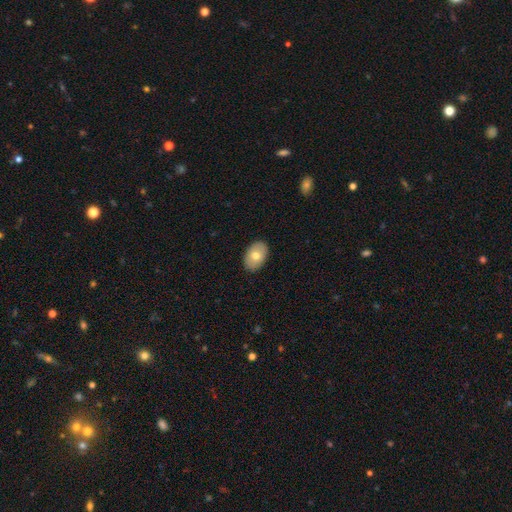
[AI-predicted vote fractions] Smooth or featured: smooth — 72% (featured or disk — 21%)
How rounded: in between — 88% (round — 11%)
Merging: none — 89% (minor disturbance — 8%)